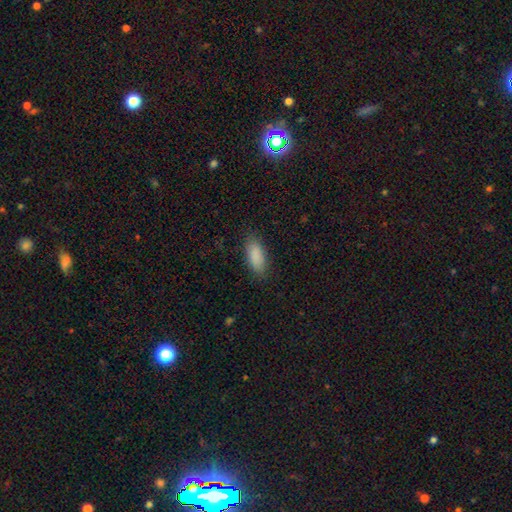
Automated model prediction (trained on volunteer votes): This appears to be a smooth galaxy with no disk features (89%) that is in between round and cigar-shaped (83%). Merging: none (85%).